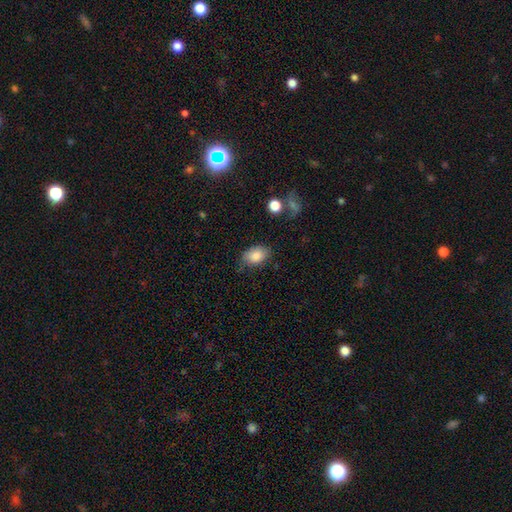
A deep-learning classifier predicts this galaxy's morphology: This appears to be a smooth galaxy with no disk features (85%) that is in between round and cigar-shaped (85%). Merging: none (75%).